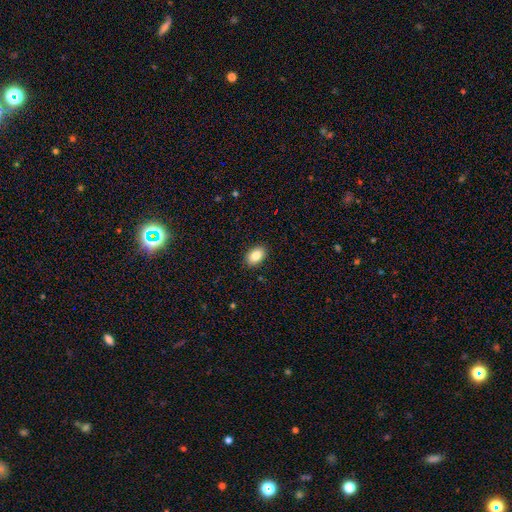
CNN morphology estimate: Q: Smooth or featured?
A: smooth (86%); runner-up: star or artifact (7%)
Q: How rounded?
A: in between (89%); runner-up: round (10%)
Q: Merging?
A: none (90%); runner-up: minor disturbance (8%)